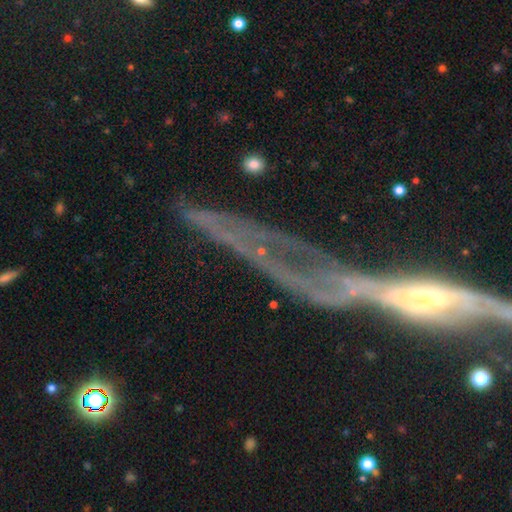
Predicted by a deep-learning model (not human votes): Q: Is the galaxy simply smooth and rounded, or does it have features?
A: featured or disk — 60%.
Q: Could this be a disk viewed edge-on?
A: yes — 51%.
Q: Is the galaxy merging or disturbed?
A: none — 41%.